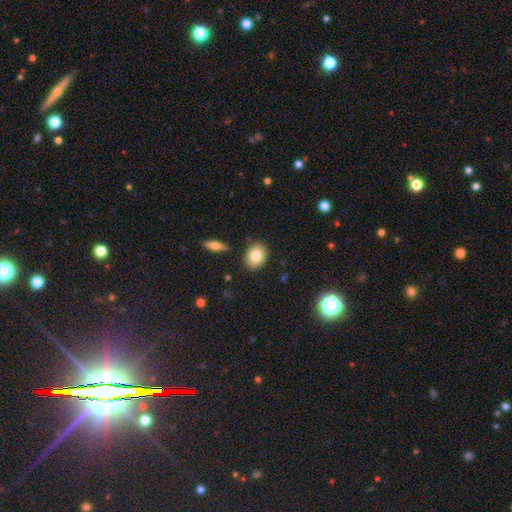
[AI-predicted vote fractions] Morphology: type=smooth (81%); roundness=in between (53%); merging=none (86%).